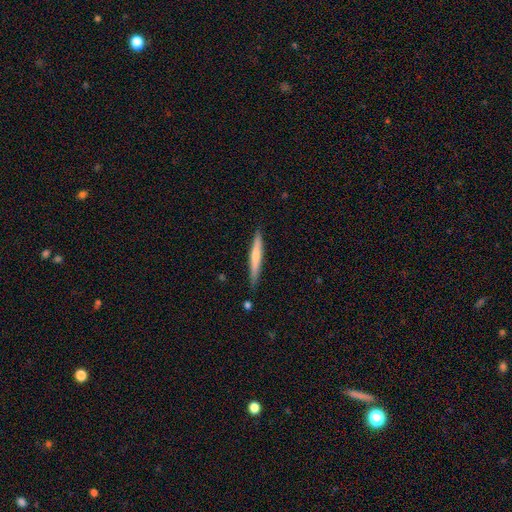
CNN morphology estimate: A smooth galaxy with no disk features (55%) that is cigar-shaped (95%). Merging: none (85%).